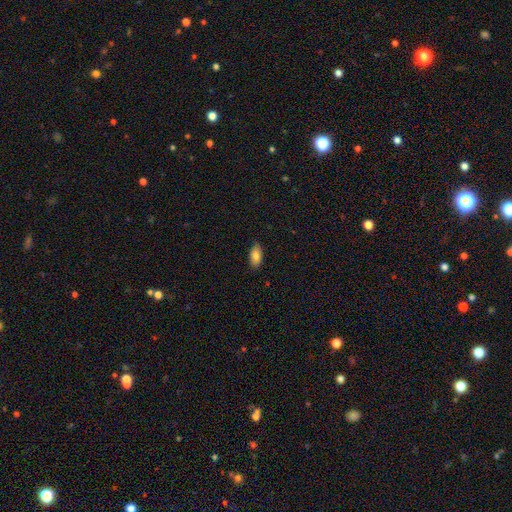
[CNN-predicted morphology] Smooth or featured? Predicted: smooth (p=0.82). How rounded? Predicted: in between (p=0.92). Merging? Predicted: none (p=0.87).